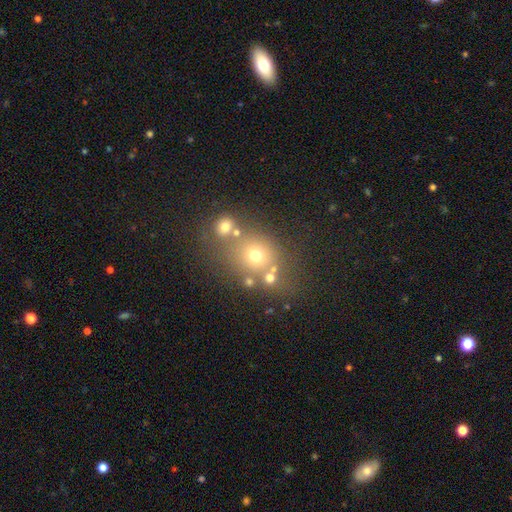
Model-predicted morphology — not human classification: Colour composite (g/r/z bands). It shows a smooth galaxy with no disk features (58%) that is round (72%). Merging: none (59%).